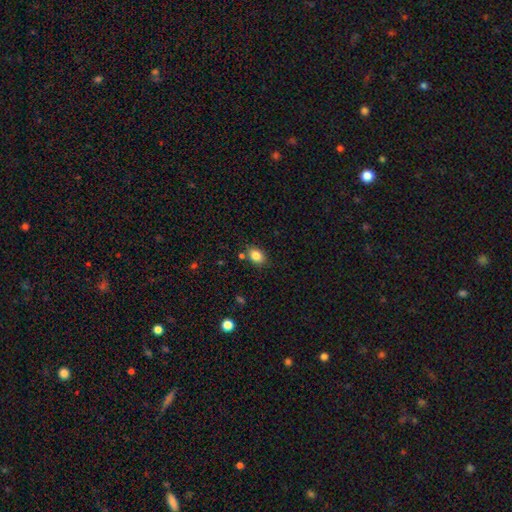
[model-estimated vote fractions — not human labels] This is clearly a smooth galaxy (84%). How rounded: likely in between (65%). Merging: likely none (79%).